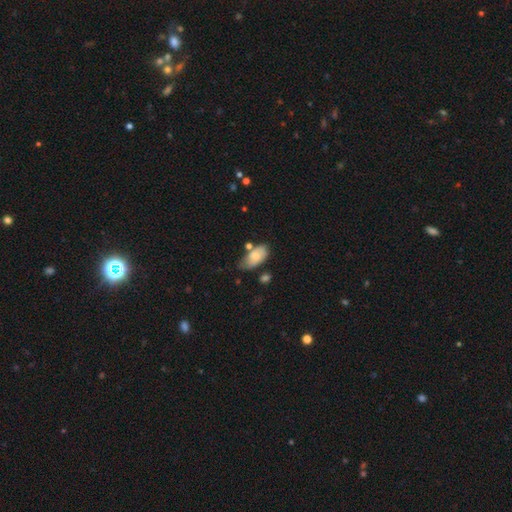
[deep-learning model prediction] Smooth or featured: smooth — 74% (featured or disk — 19%)
How rounded: in between — 93% (cigar-shaped — 3%)
Merging: none — 48% (minor disturbance — 34%)